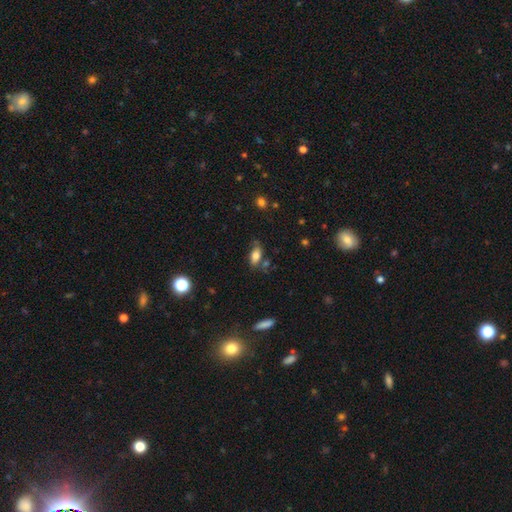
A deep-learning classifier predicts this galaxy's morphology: A smooth galaxy with no disk features (75%) that is in between round and cigar-shaped (86%).

Vote fractions:
- Smooth or featured? smooth: 75% / featured or disk: 16% / star or artifact: 9%
- How rounded? in between: 86% / cigar-shaped: 10% / round: 4%
- Merging? none: 66% / minor disturbance: 19% / merger: 9% / major disturbance: 5%